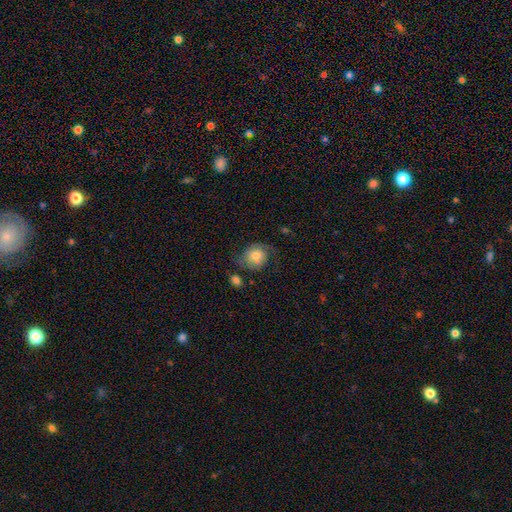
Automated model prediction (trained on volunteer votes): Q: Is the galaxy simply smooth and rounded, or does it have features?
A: smooth — 58%.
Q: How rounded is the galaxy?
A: round — 70%.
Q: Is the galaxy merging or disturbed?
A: none — 50%.